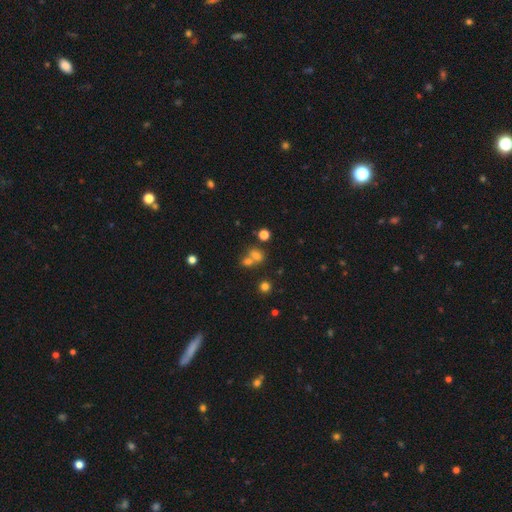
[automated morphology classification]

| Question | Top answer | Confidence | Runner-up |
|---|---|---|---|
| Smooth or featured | smooth | 66% | star or artifact (21%) |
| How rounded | in between | 53% | round (45%) |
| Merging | merger | 45% | none (40%) |